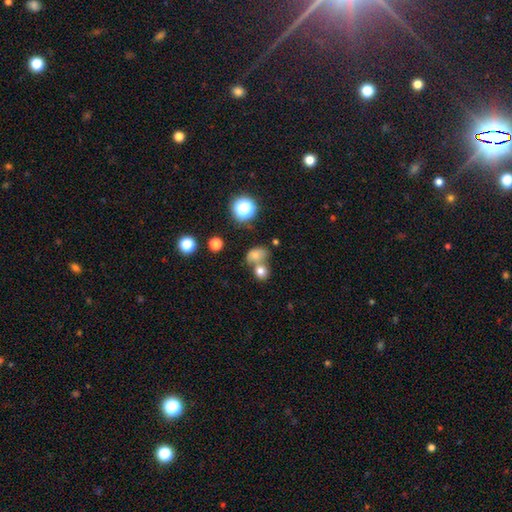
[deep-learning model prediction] Smooth or featured? Predicted: smooth (p=0.69). How rounded? Predicted: in between (p=0.57). Merging? Predicted: merger (p=0.42).